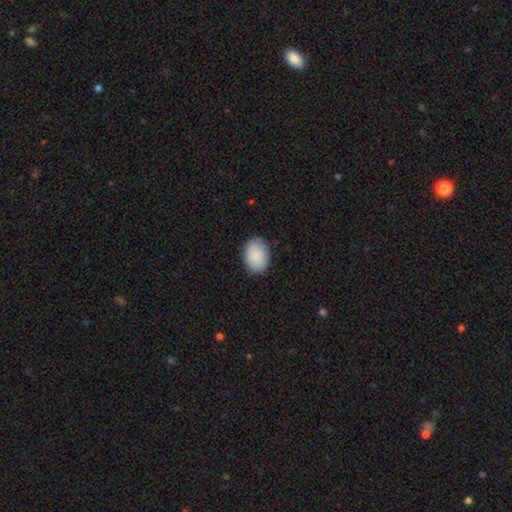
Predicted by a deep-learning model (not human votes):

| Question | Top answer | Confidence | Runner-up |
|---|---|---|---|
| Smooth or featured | smooth | 90% | star or artifact (6%) |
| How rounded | in between | 82% | round (17%) |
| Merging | none | 86% | minor disturbance (11%) |